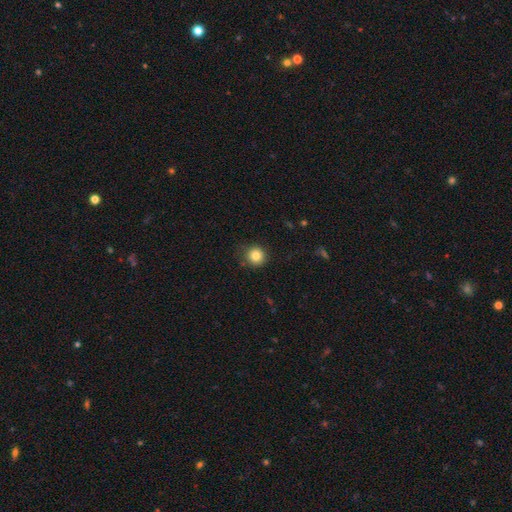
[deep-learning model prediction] Smooth or featured? Predicted: smooth (p=0.83). How rounded? Predicted: round (p=0.93). Merging? Predicted: none (p=0.83).